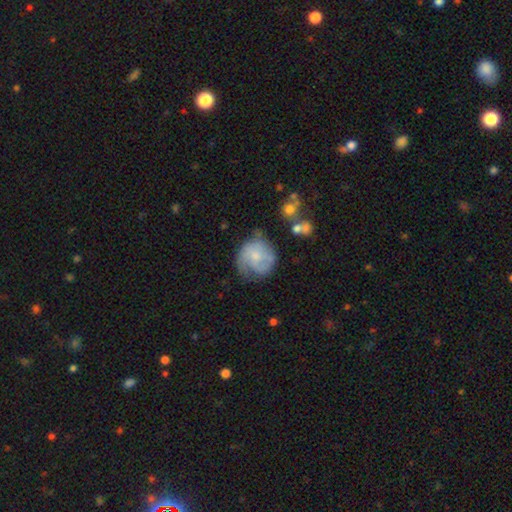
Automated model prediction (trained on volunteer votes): This appears to be a featured or disk galaxy (54%) with no bar (73%), spiral arms (77%) and a small central bulge (54%). Merging: none (52%).